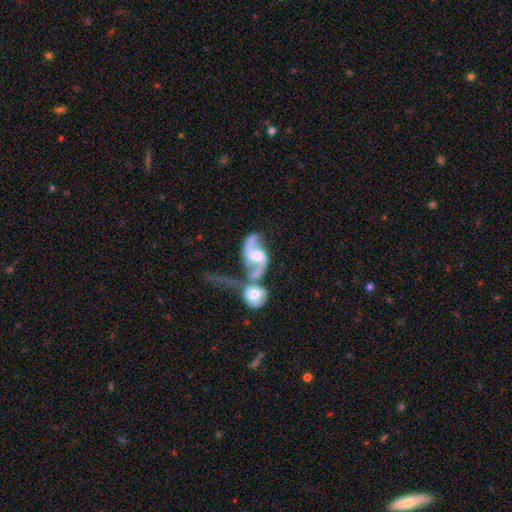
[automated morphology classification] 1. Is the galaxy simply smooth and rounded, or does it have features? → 89% featured or disk, 7% smooth, 4% star or artifact.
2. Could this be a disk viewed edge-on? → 97% no, 3% yes.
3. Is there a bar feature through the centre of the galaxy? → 47% weak, 34% no, 19% strong.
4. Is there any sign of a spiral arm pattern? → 97% yes, 3% no.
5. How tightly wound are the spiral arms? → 62% loose, 32% medium, 7% tight.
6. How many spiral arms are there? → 92% 2, 2% 1, 2% can't tell, 1% 3, 1% 4, 1% more than 4.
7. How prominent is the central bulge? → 45% moderate, 31% small, 12% none, 10% large, 2% dominant.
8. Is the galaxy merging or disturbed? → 53% merger, 24% none, 12% major disturbance, 11% minor disturbance.